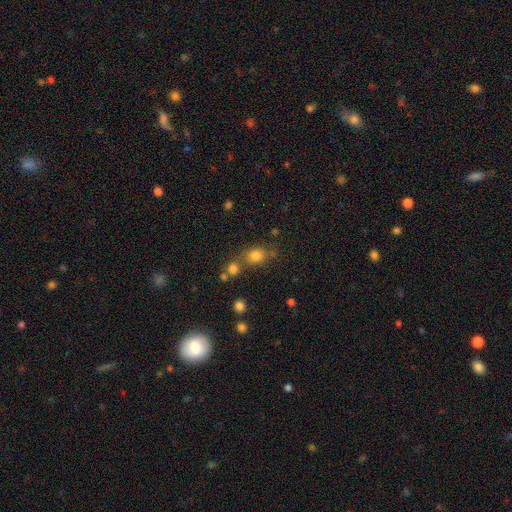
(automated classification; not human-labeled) smooth 76%, star or artifact 15%, featured or disk 8%. Down the decision tree: how rounded — round (58%); merging — none (61%).